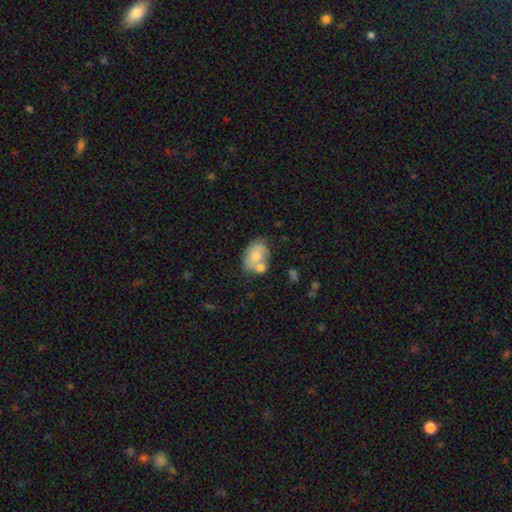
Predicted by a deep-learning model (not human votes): Overall: smooth (65%; featured or disk 28%). How rounded: in between (74%). Merging: none (40%; merger 34%).